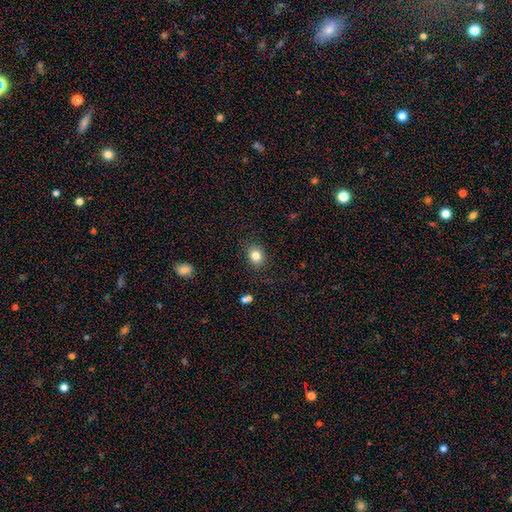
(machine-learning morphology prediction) Smooth or featured?
  - smooth: 82% *
  - star or artifact: 11%
  - featured or disk: 7%
How rounded?
  - round: 59% *
  - in between: 40%
  - cigar-shaped: 1%
Merging?
  - none: 86% *
  - minor disturbance: 10%
  - major disturbance: 3%
  - merger: 1%